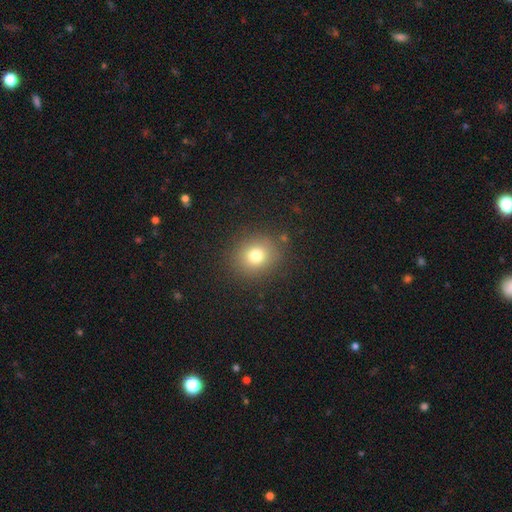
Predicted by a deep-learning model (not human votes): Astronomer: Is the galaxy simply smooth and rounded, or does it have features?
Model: smooth — 76%.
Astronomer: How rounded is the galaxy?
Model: round — 82%.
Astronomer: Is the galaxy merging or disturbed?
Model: none — 87%.